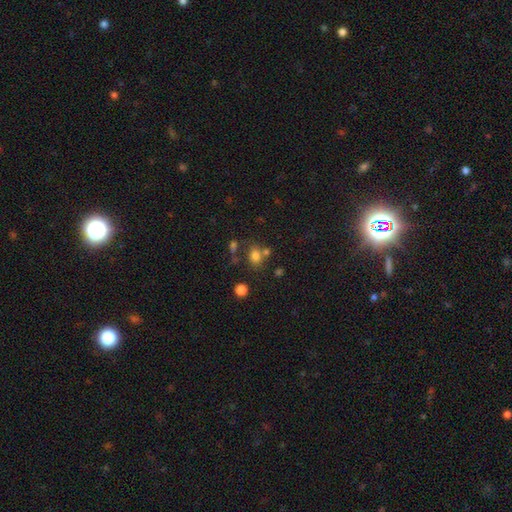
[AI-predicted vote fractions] A smooth galaxy with no disk features (76%) that is round (51%). Merging: none (61%).